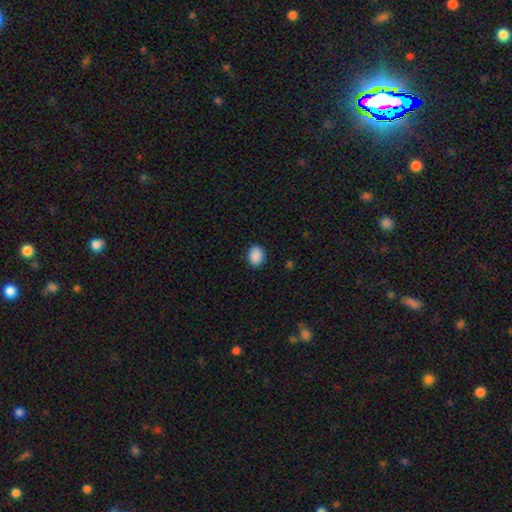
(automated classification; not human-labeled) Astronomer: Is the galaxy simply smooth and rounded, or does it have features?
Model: smooth — 90%.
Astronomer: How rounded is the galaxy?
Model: in between — 65%.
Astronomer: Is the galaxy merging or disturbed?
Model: none — 88%.